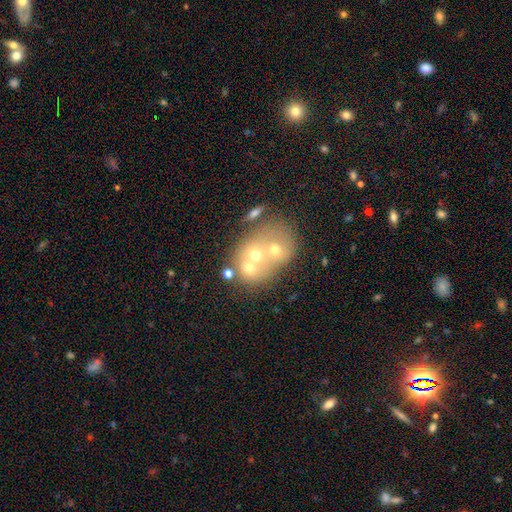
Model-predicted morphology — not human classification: Smooth or featured? Predicted: smooth (p=0.45). Merging? Predicted: merger (p=0.67).